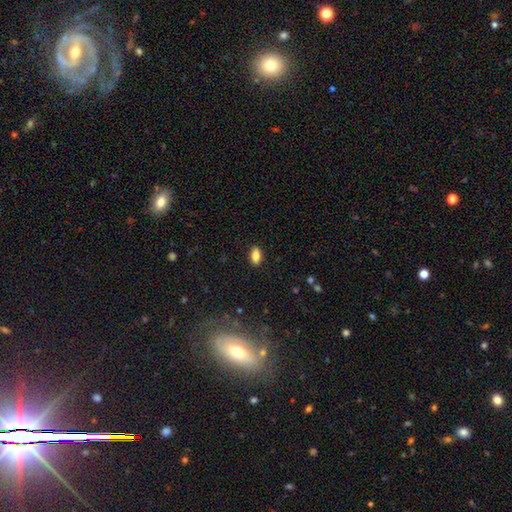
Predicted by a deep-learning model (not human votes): A smooth galaxy with no disk features (84%) that is in between round and cigar-shaped (88%). Merging: none (88%).